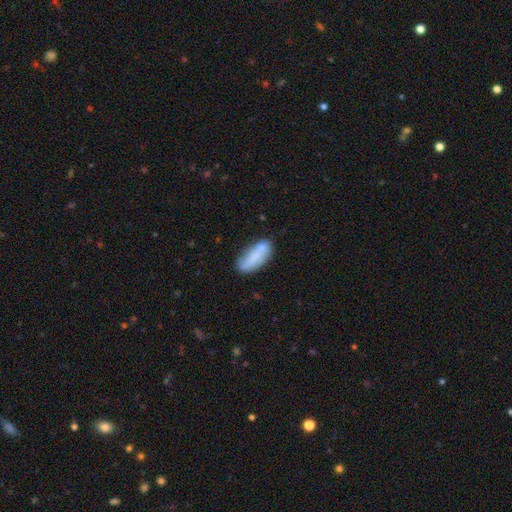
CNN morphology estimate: The model was most divided on "merging": none: 58%, minor disturbance: 24%, merger: 11%, major disturbance: 7%. More confident: how rounded — in between (73%); smooth or featured — smooth (71%).